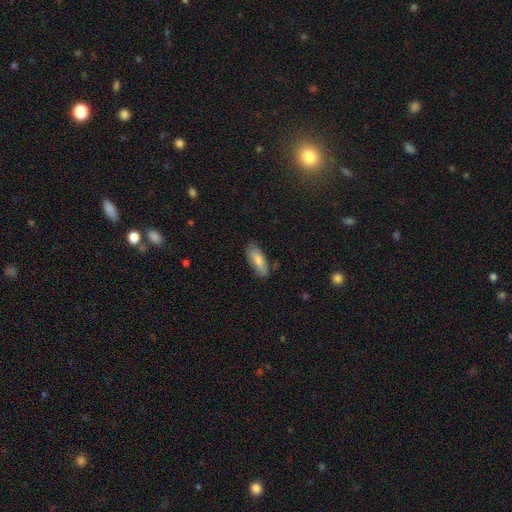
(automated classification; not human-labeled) Overall: smooth (62%; featured or disk 24%). How rounded: in between (68%; cigar-shaped 29%). Merging: none (81%).